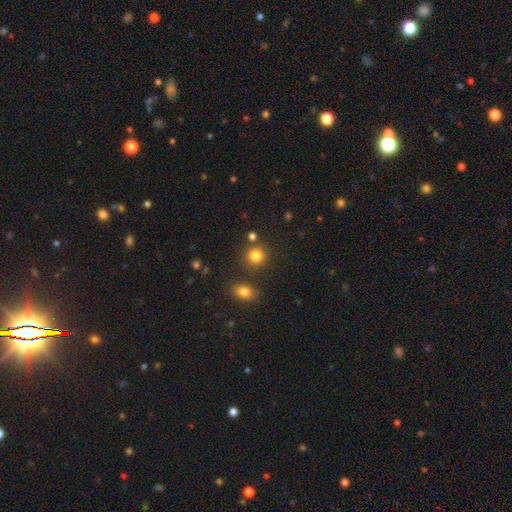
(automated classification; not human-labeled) smooth-or-featured: smooth: 82% | star or artifact: 13% | featured or disk: 5%
  how-rounded: round: 88% | in between: 11% | cigar-shaped: 1%
  merging: none: 81% | minor disturbance: 8% | merger: 8% | major disturbance: 3%